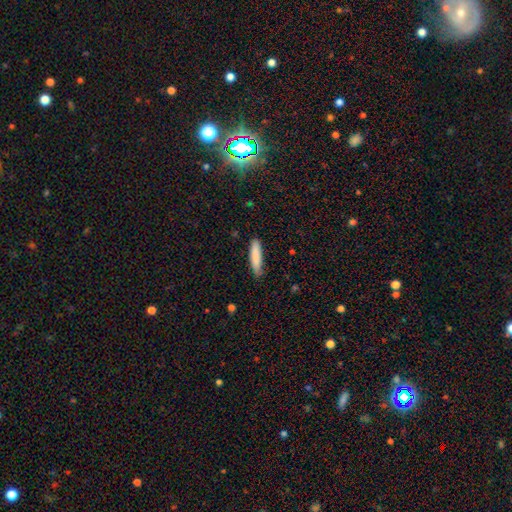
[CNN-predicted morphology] Smooth or featured?
  - smooth: 85% *
  - featured or disk: 9%
  - star or artifact: 6%
How rounded?
  - cigar-shaped: 81% *
  - in between: 18%
  - round: 1%
Merging?
  - none: 81% *
  - minor disturbance: 16%
  - major disturbance: 2%
  - merger: 1%